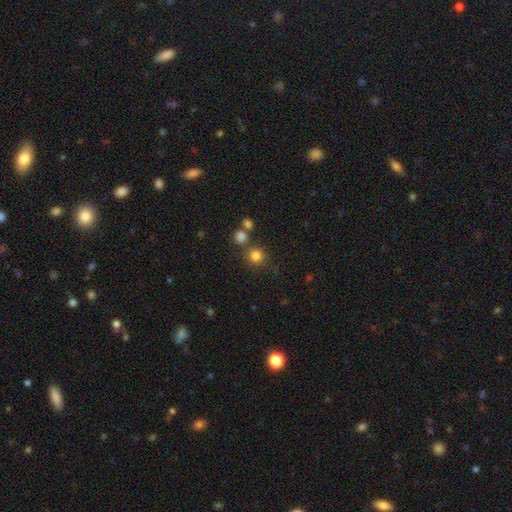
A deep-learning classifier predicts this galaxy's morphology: This is clearly a smooth galaxy (82%). How rounded: clearly round (92%). Merging: likely none (76%).